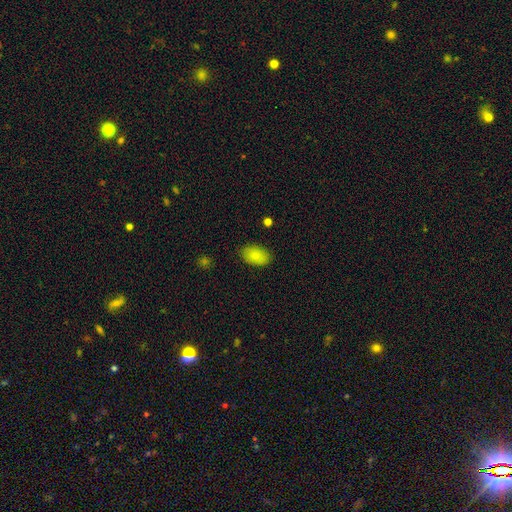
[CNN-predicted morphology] Overall: smooth (86%). How rounded: in between (91%). Merging: none (87%).